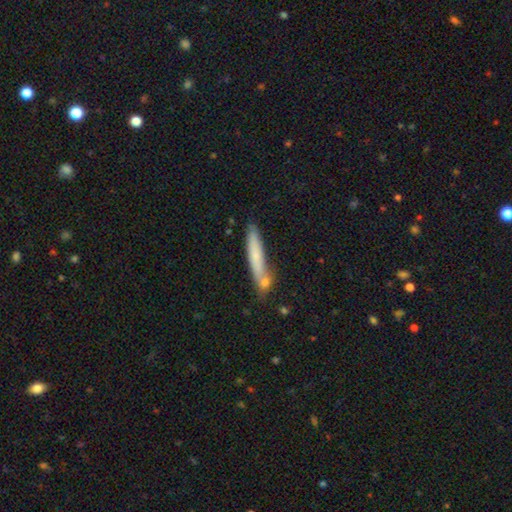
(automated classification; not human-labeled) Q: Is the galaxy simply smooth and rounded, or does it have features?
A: smooth — 67%.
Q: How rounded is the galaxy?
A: cigar-shaped — 93%.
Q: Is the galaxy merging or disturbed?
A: none — 69%.